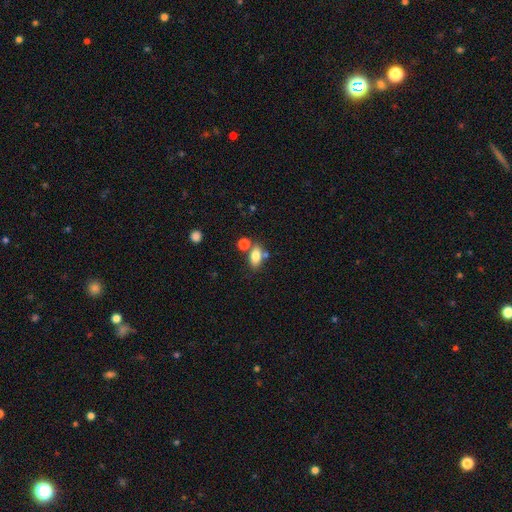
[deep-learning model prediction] This appears to be a smooth galaxy with no disk features (80%) that is in between round and cigar-shaped (85%). Merging: none (62%).